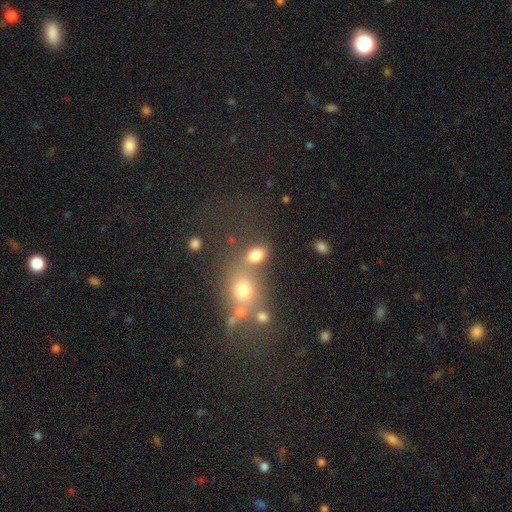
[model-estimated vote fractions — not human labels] The model was most divided on "merging": none: 48%, merger: 32%, minor disturbance: 12%, major disturbance: 8%. More confident: smooth or featured — smooth (76%); how rounded — in between (68%).